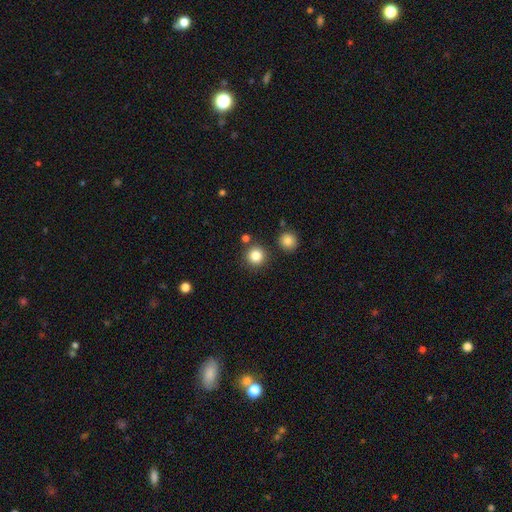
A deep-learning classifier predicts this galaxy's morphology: Smooth or featured? smooth (84%)
How rounded? round (93%)
Merging? none (85%)